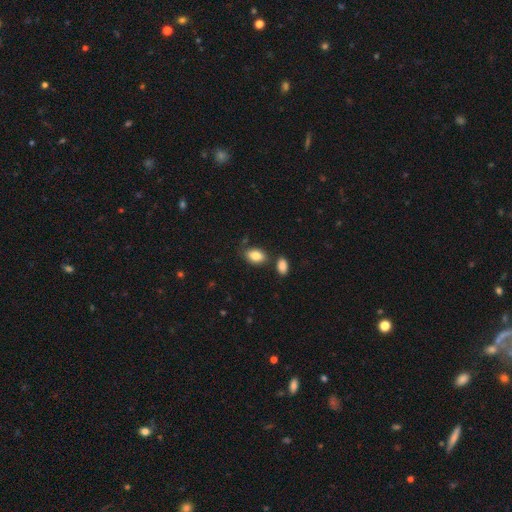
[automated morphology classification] smooth 85%, star or artifact 8%, featured or disk 7%. Down the decision tree: how rounded — in between (88%); merging — none (71%).